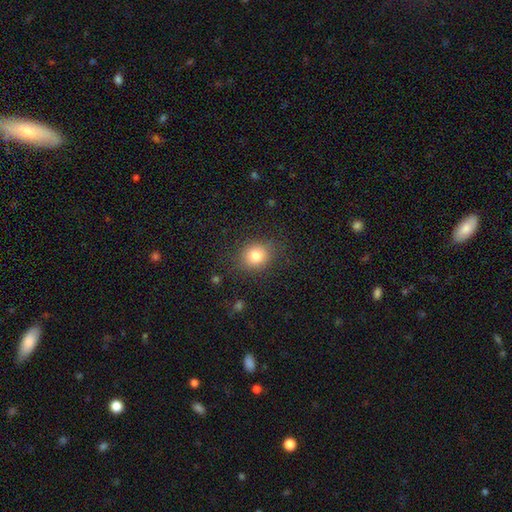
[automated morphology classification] The model was most divided on "how rounded": round: 72%, in between: 27%, cigar-shaped: 1%. More confident: merging — none (82%); smooth or featured — smooth (80%).